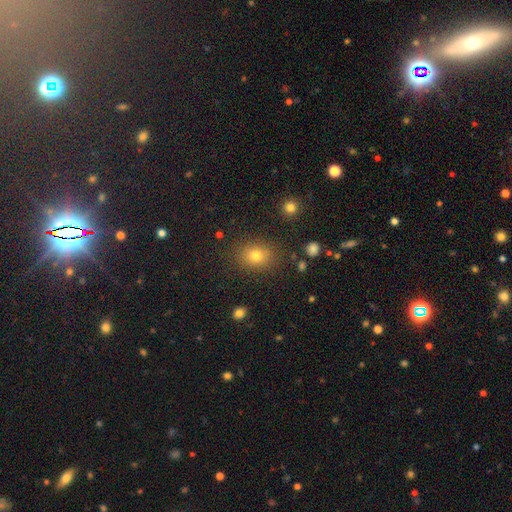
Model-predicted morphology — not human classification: A smooth galaxy with no disk features (77%) that is round (54%).

Vote fractions:
- Smooth or featured? smooth: 77% / star or artifact: 15% / featured or disk: 8%
- How rounded? round: 54% / in between: 45% / cigar-shaped: 1%
- Merging? none: 85% / minor disturbance: 9% / major disturbance: 3% / merger: 2%